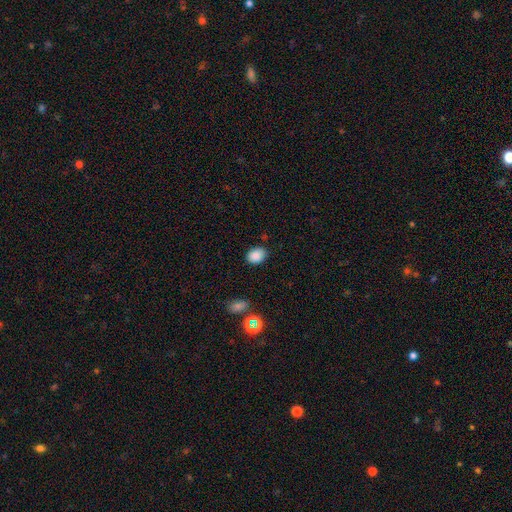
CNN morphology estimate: type=smooth (86%); roundness=in between (66%); merging=none (83%).